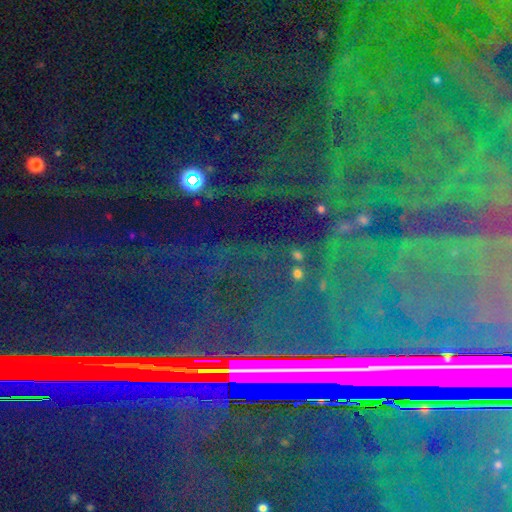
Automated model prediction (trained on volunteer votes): Smooth or featured?
  - star or artifact: 85% *
  - featured or disk: 8%
  - smooth: 7%